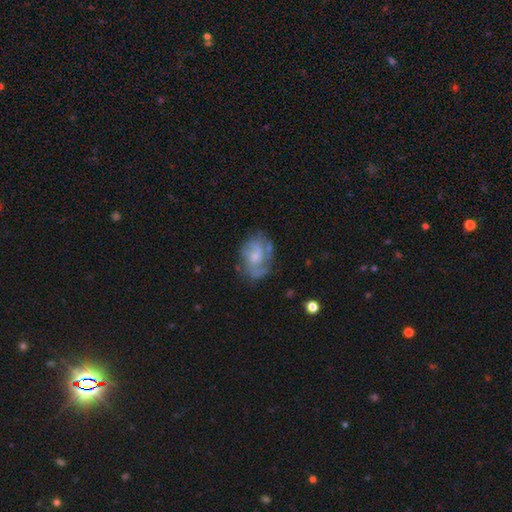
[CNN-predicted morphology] Smooth or featured: featured or disk — 66% (smooth — 27%)
Edge-on disk: no — 97% (yes — 3%)
Bar: no — 67% (weak — 29%)
Spiral arms: yes — 79% (no — 21%)
Spiral winding: medium — 44% (tight — 34%)
Spiral arm count: 2 — 51% (can't tell — 26%)
Bulge size: moderate — 40% (tied with small — 40%)
Merging: none — 60% (minor disturbance — 24%)